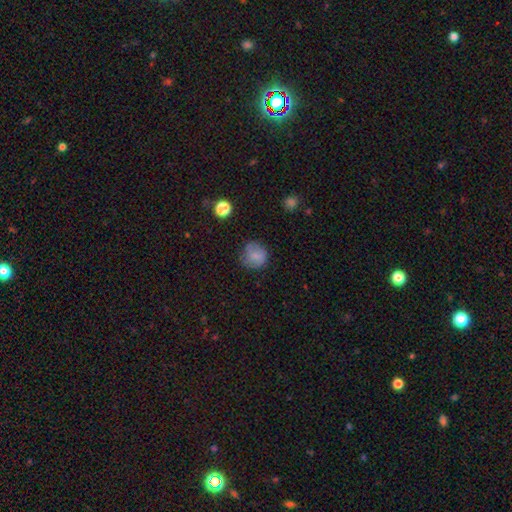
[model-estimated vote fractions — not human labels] smooth-or-featured: smooth: 76% | featured or disk: 13% | star or artifact: 11%
  how-rounded: round: 83% | in between: 16% | cigar-shaped: 1%
  merging: none: 66% | minor disturbance: 23% | major disturbance: 9% | merger: 2%